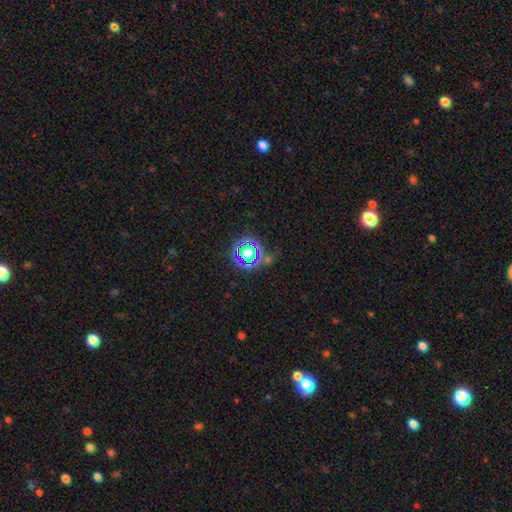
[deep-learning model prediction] Smooth or featured? star or artifact (66%)